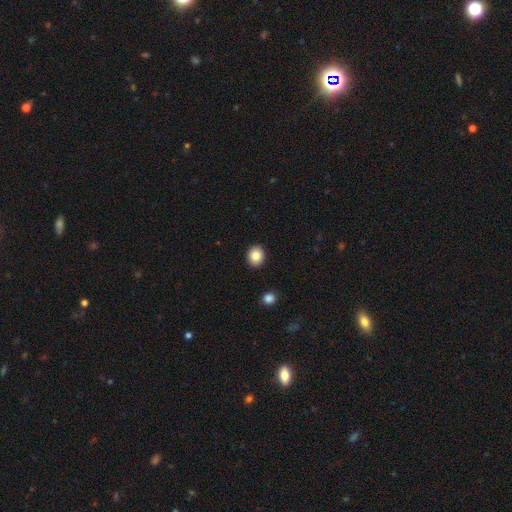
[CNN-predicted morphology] Overall: smooth (86%). How rounded: round (69%; in between 30%). Merging: none (92%).